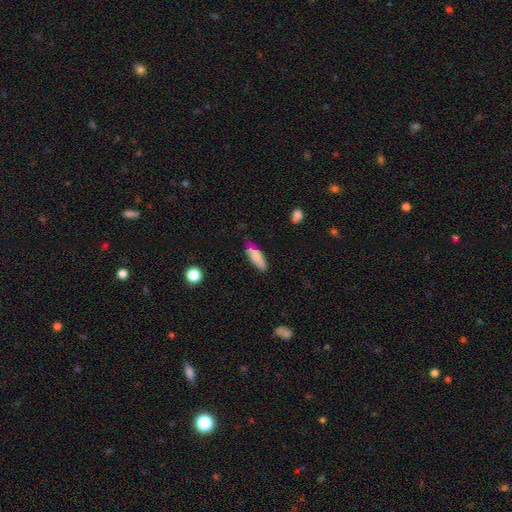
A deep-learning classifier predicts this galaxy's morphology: Smooth or featured? Predicted: smooth (p=0.80). How rounded? Predicted: in between (p=0.55). Merging? Predicted: none (p=0.64).